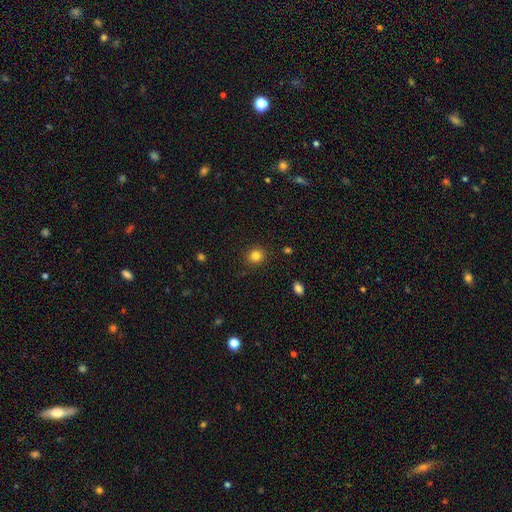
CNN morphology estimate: Smooth or featured: smooth — 83% (star or artifact — 12%)
How rounded: round — 86% (in between — 13%)
Merging: none — 90% (minor disturbance — 7%)